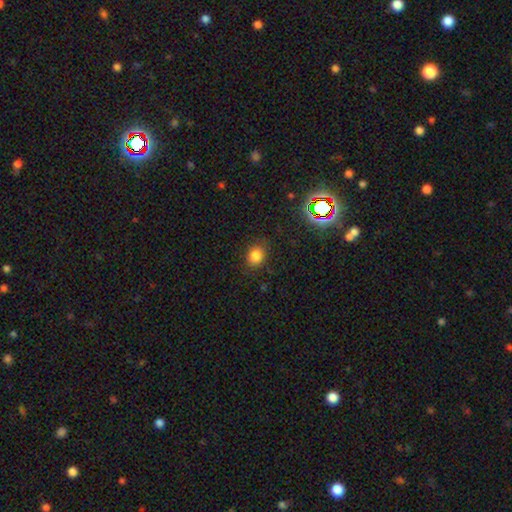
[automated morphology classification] smooth-or-featured: smooth: 81% | star or artifact: 14% | featured or disk: 6%
  how-rounded: round: 53% | in between: 46% | cigar-shaped: 1%
  merging: none: 83% | minor disturbance: 12% | major disturbance: 3% | merger: 1%